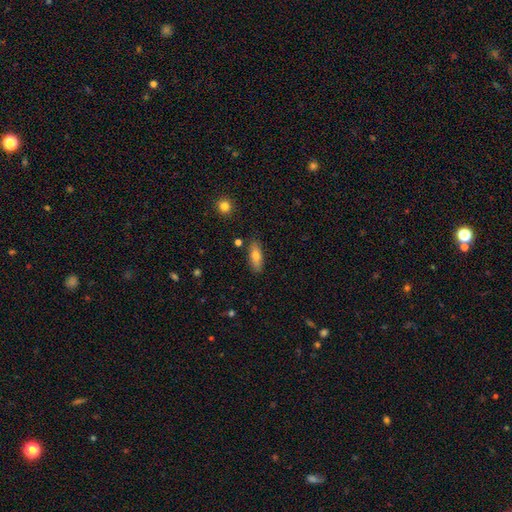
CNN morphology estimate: The model was most divided on "how rounded": in between: 76%, cigar-shaped: 21%, round: 3%. More confident: merging — none (83%); smooth or featured — smooth (76%).